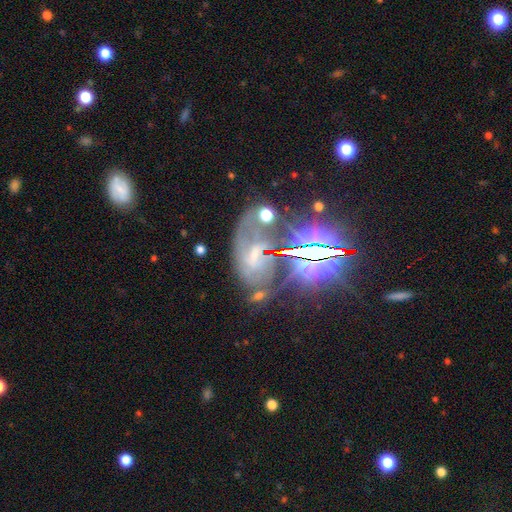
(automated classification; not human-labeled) Overall: featured or disk (53%; star or artifact 30%). Edge-on disk: no (94%). Merging: none (48%; minor disturbance 23%).